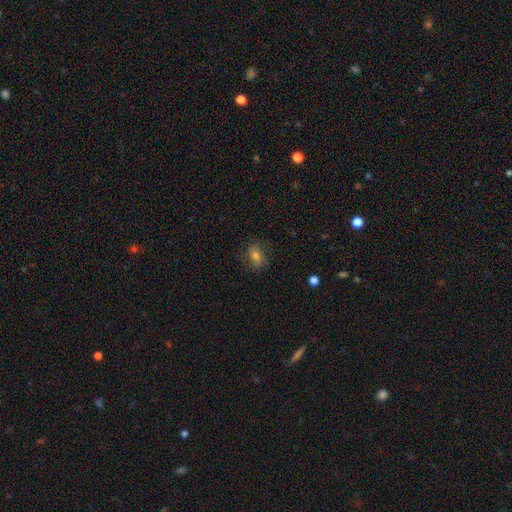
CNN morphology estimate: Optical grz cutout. It shows a smooth galaxy with no disk features (59%) that is in between round and cigar-shaped (71%). Merging: none (78%).